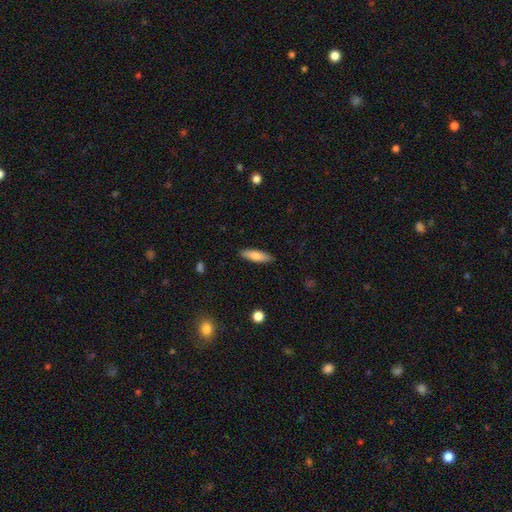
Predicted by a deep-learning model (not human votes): Smooth or featured?
  - smooth: 77% *
  - featured or disk: 17%
  - star or artifact: 6%
How rounded?
  - cigar-shaped: 57% *
  - in between: 41%
  - round: 2%
Merging?
  - none: 88% *
  - minor disturbance: 9%
  - major disturbance: 2%
  - merger: 1%